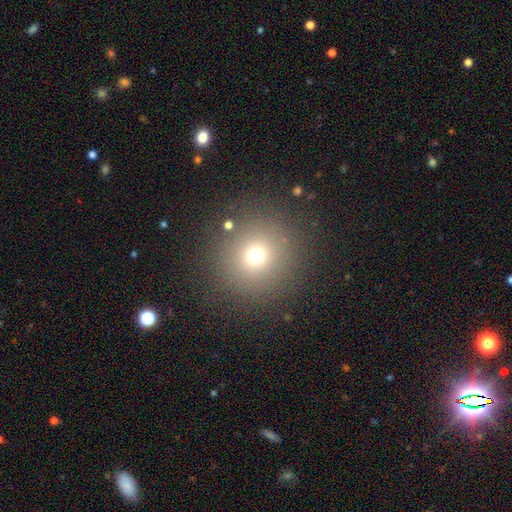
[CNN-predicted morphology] smooth 70%, star or artifact 20%, featured or disk 10%. Down the decision tree: how rounded — round (94%); merging — none (87%).